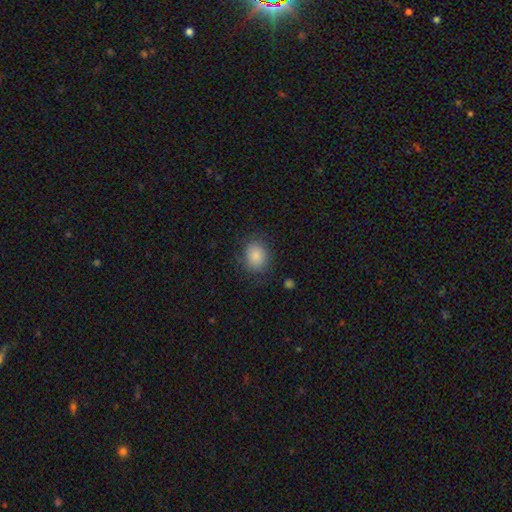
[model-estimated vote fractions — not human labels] The model was most divided on "how rounded": round: 57%, in between: 43%, cigar-shaped: 1%. More confident: smooth or featured — smooth (85%); merging — none (78%).